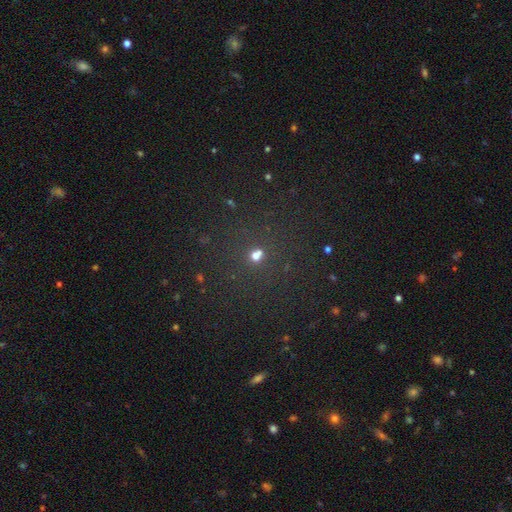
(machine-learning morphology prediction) Overall: smooth (60%; star or artifact 32%). How rounded: round (82%). Merging: none (69%).